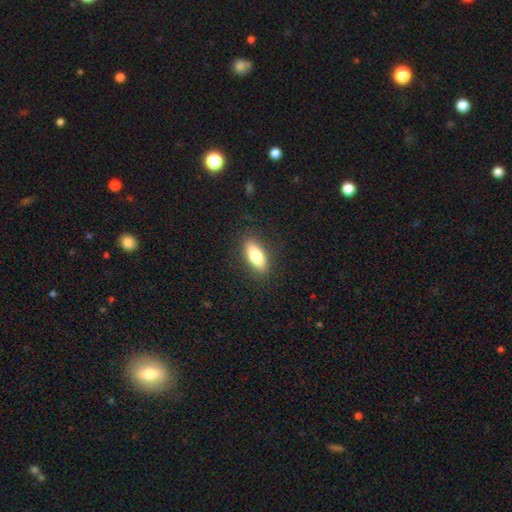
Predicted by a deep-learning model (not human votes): Overall: smooth (76%). How rounded: in between (71%). Merging: none (87%).